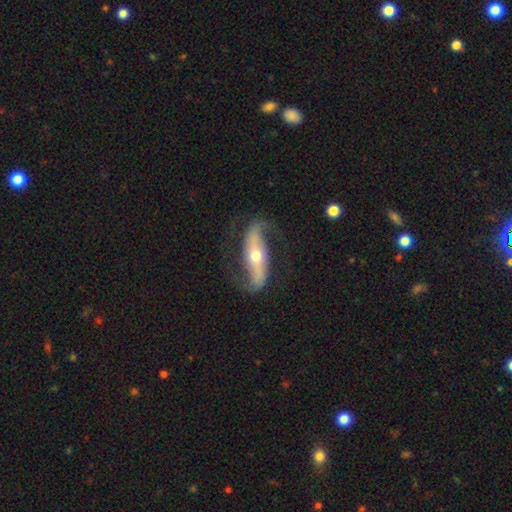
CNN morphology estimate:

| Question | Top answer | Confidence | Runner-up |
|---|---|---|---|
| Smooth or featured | featured or disk | 85% | smooth (10%) |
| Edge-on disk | no | 84% | yes (16%) |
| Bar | strong | 46% | no (35%) |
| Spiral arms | yes | 94% | no (6%) |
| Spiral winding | loose | 57% | medium (30%) |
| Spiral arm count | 2 | 92% | can't tell (3%) |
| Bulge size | moderate | 57% | small (37%) |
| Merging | none | 75% | minor disturbance (15%) |